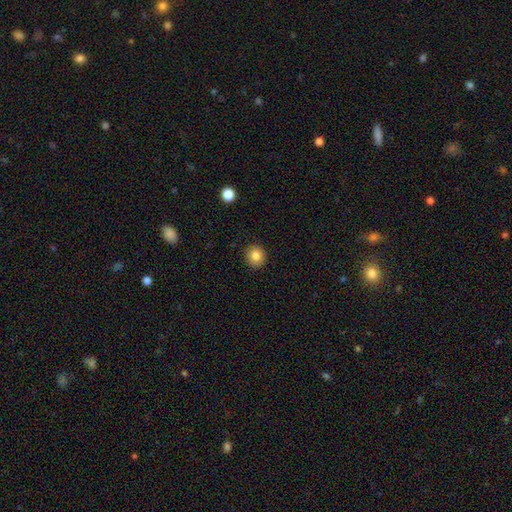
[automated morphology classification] A smooth galaxy with no disk features (84%) that is round (85%).

Vote fractions:
- Smooth or featured? smooth: 84% / star or artifact: 10% / featured or disk: 6%
- How rounded? round: 85% / in between: 14% / cigar-shaped: 1%
- Merging? none: 90% / minor disturbance: 7% / major disturbance: 2% / merger: 1%